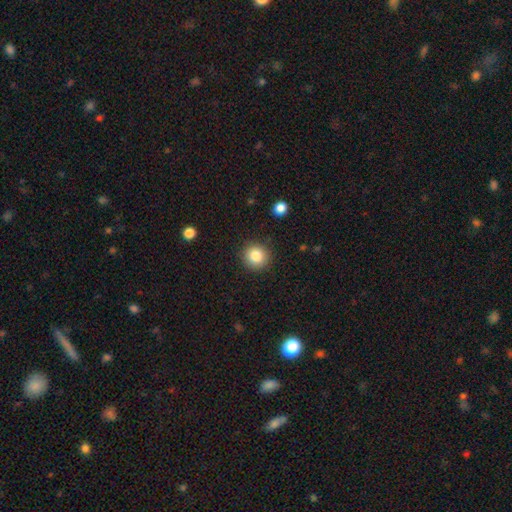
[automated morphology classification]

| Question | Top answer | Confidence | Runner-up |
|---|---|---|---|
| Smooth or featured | smooth | 84% | star or artifact (10%) |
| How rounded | round | 92% | in between (7%) |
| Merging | none | 90% | minor disturbance (6%) |